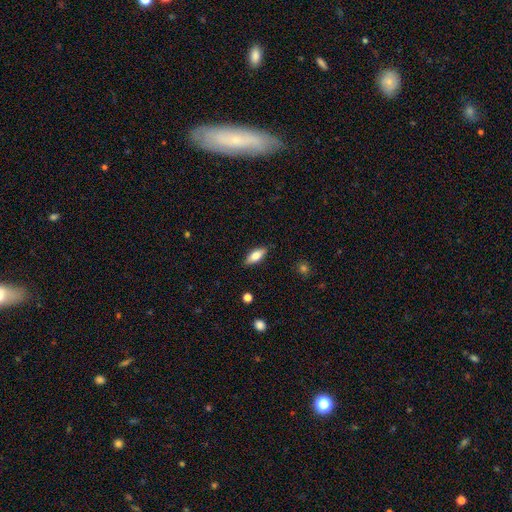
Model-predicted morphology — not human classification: This appears to be a smooth galaxy with no disk features (73%) that is in between round and cigar-shaped (74%). Merging: none (85%).